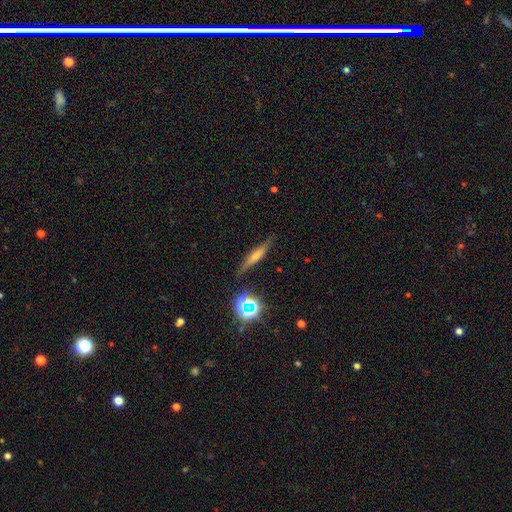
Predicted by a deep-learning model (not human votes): A featured or disk galaxy (51%) viewed edge-on (93%). Merging: none (86%).